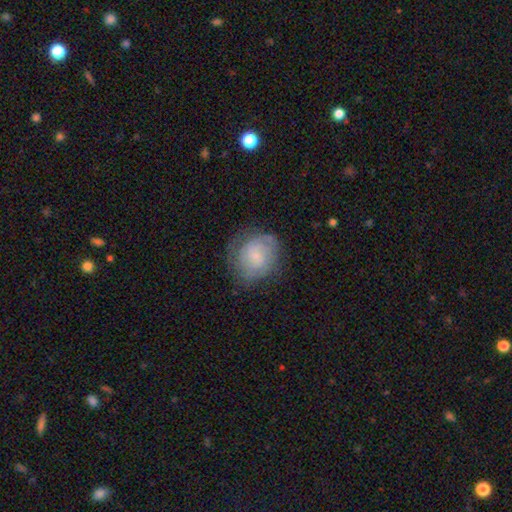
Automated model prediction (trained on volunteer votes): This appears to be a featured or disk galaxy (49%). Merging: none (67%).